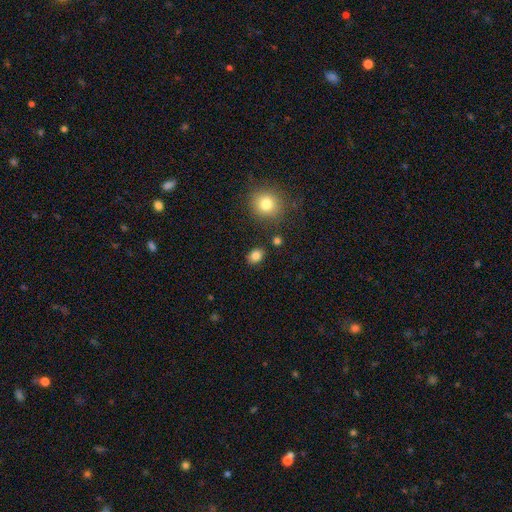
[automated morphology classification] Smooth or featured? Predicted: smooth (p=0.83). How rounded? Predicted: in between (p=0.66). Merging? Predicted: none (p=0.83).